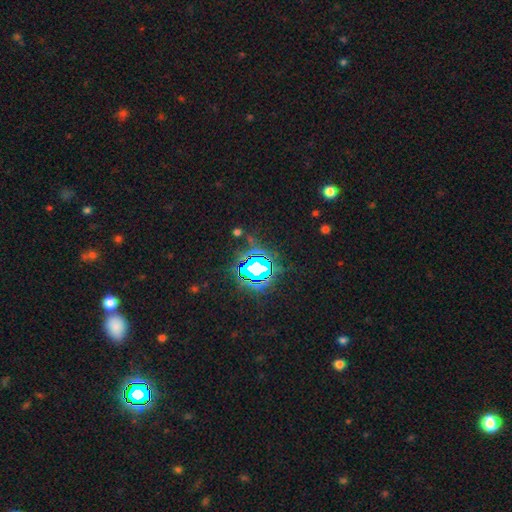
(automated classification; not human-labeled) star or artifact 81%, smooth 12%, featured or disk 7%.